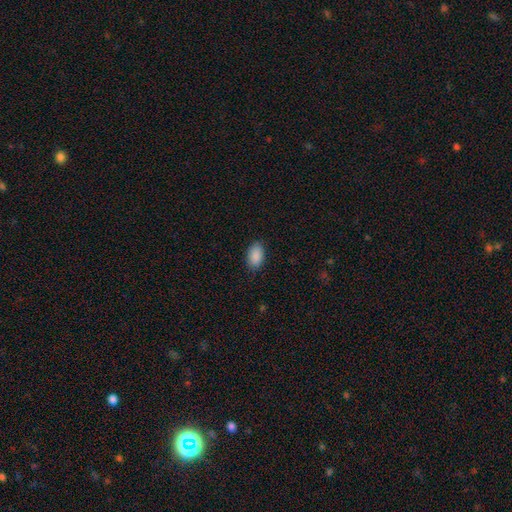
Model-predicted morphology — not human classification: Smooth or featured?
  - smooth: 90% *
  - star or artifact: 7%
  - featured or disk: 4%
How rounded?
  - in between: 93% *
  - round: 5%
  - cigar-shaped: 2%
Merging?
  - none: 85% *
  - minor disturbance: 11%
  - major disturbance: 3%
  - merger: 1%